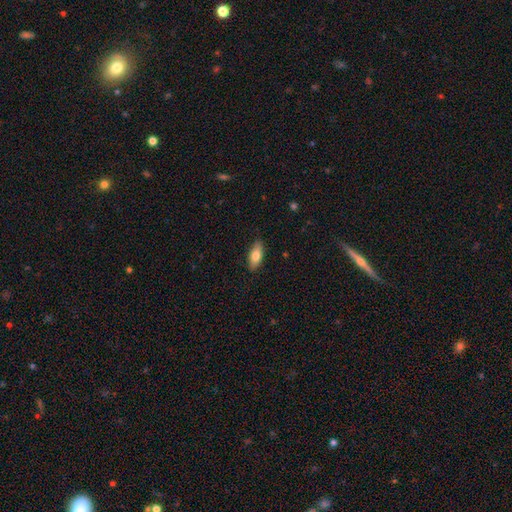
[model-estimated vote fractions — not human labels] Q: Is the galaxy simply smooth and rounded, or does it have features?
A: smooth — 77%.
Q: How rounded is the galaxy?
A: in between — 79%.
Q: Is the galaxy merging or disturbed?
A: none — 87%.